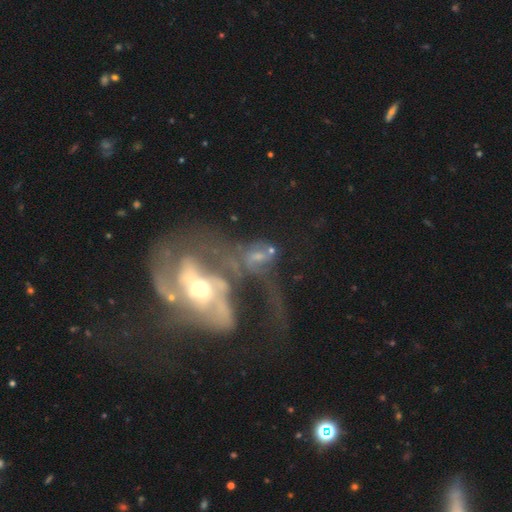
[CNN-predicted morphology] featured or disk 65%, smooth 20%, star or artifact 15%. Down the decision tree: edge-on disk — no (92%); bar — no (58%); spiral arms — yes (56%); bulge size — moderate (54%); merging — merger (55%).